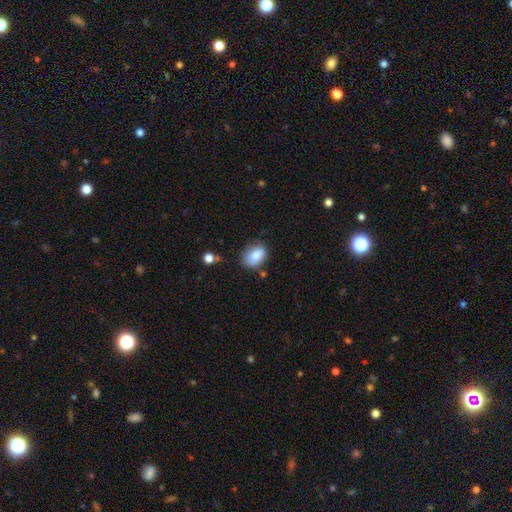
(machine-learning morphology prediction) Smooth or featured? Predicted: smooth (p=0.84). How rounded? Predicted: in between (p=0.79). Merging? Predicted: none (p=0.71).